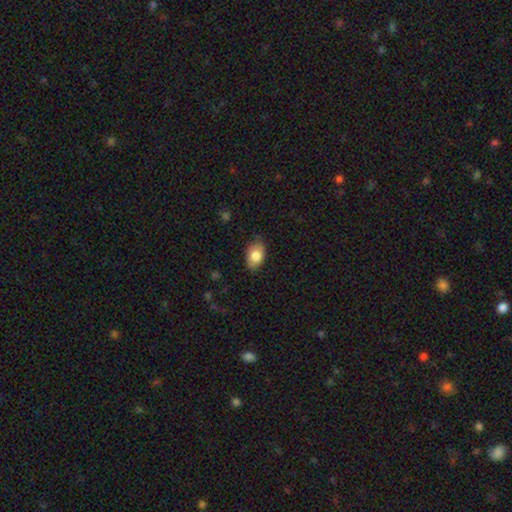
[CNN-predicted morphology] type=smooth (83%); roundness=in between (89%); merging=none (82%).